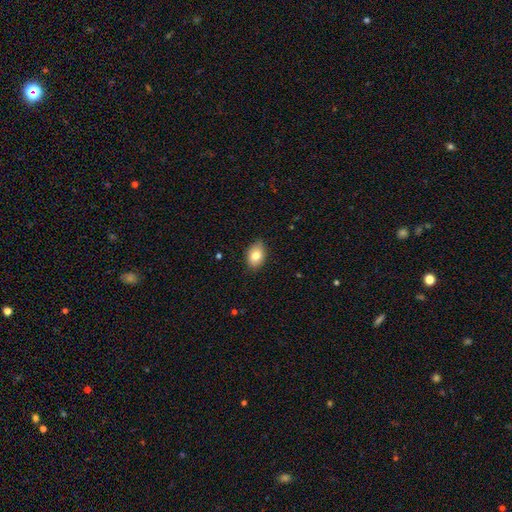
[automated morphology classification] type=smooth (81%); roundness=in between (81%); merging=none (83%).